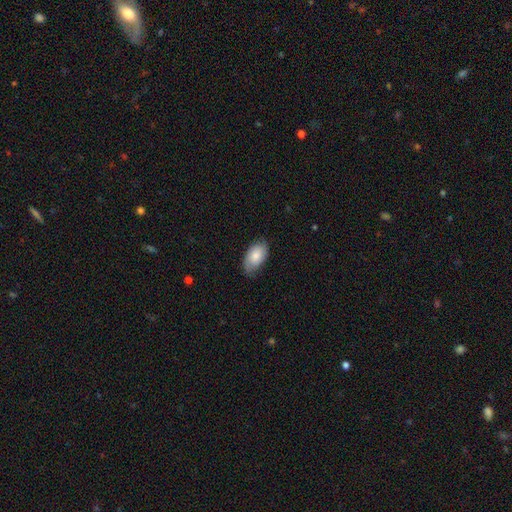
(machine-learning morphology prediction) Smooth or featured? Predicted: smooth (p=0.72). How rounded? Predicted: in between (p=0.94). Merging? Predicted: none (p=0.71).